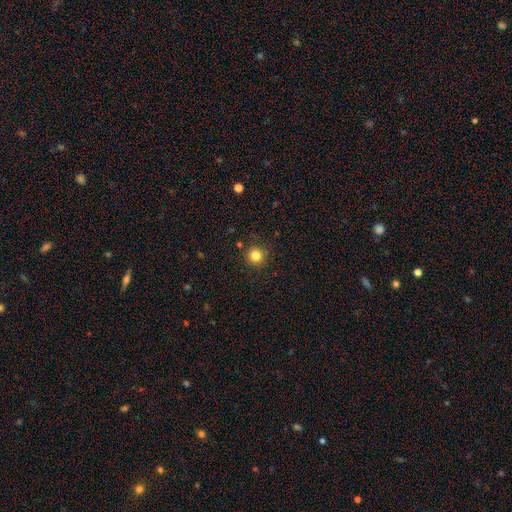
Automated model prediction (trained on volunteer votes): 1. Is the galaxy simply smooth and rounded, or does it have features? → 82% smooth, 13% star or artifact, 5% featured or disk.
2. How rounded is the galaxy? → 95% round, 4% in between, 1% cigar-shaped.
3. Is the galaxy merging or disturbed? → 91% none, 6% minor disturbance, 2% major disturbance, 1% merger.